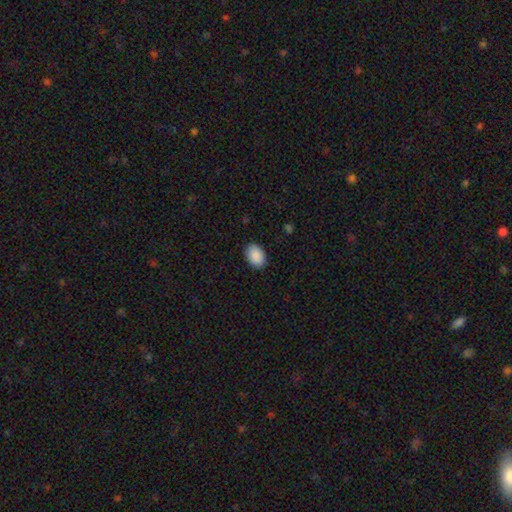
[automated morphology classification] smooth_or_featured: smooth (p=0.91) [alt: star or artifact p=0.07]
how_rounded: in between (p=0.84) [alt: round p=0.15]
merging: none (p=0.89) [alt: minor disturbance p=0.08]